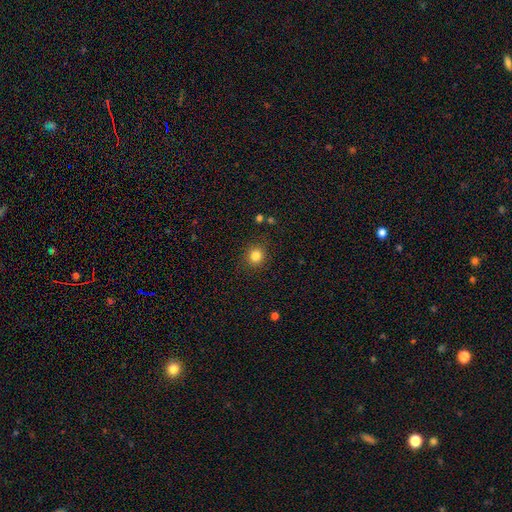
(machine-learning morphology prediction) A smooth galaxy with no disk features (83%) that is round (88%).

Vote fractions:
- Smooth or featured? smooth: 83% / star or artifact: 12% / featured or disk: 5%
- How rounded? round: 88% / in between: 11% / cigar-shaped: 1%
- Merging? none: 89% / minor disturbance: 7% / major disturbance: 3% / merger: 1%